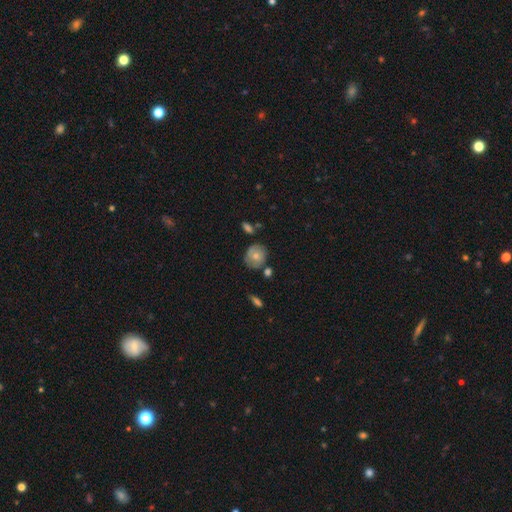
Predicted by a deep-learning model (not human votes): A smooth galaxy with no disk features (55%) that is round (73%). Merging: none (65%).